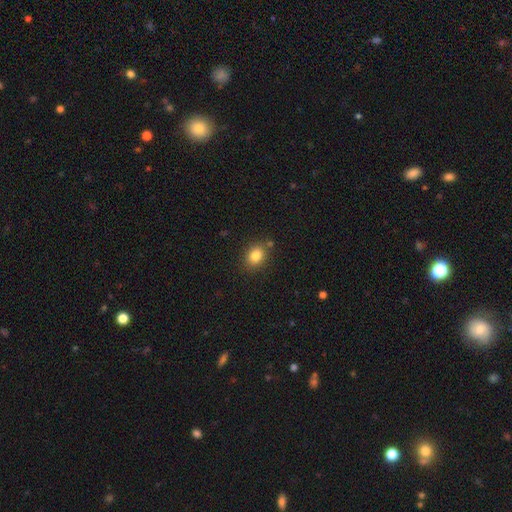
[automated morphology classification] Smooth or featured: smooth — 83% (star or artifact — 11%)
How rounded: round — 50% (in between — 49%)
Merging: none — 82% (minor disturbance — 11%)